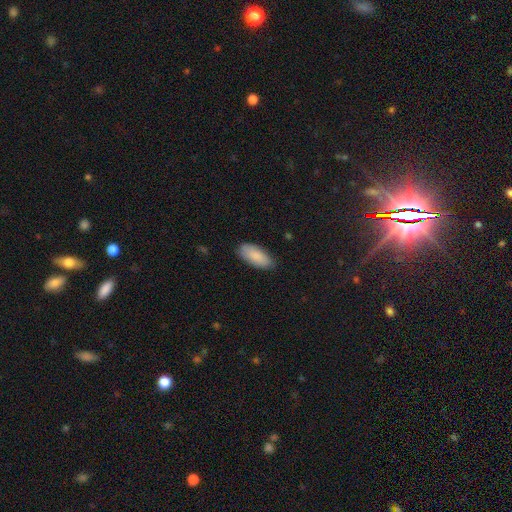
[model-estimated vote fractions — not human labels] smooth 87%, featured or disk 7%, star or artifact 6%. Down the decision tree: how rounded — in between (90%); merging — none (83%).